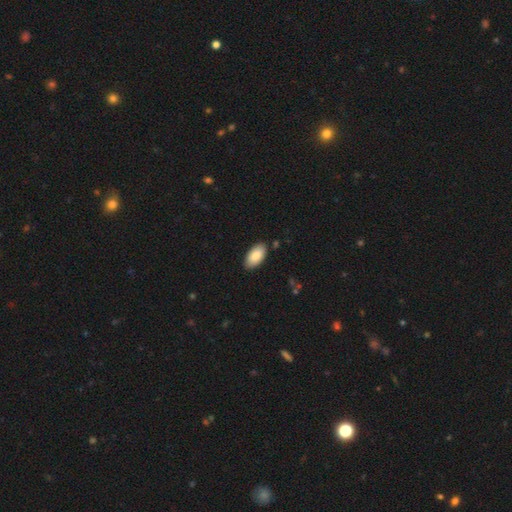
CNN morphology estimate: Smooth or featured? smooth (85%)
How rounded? in between (96%)
Merging? none (87%)